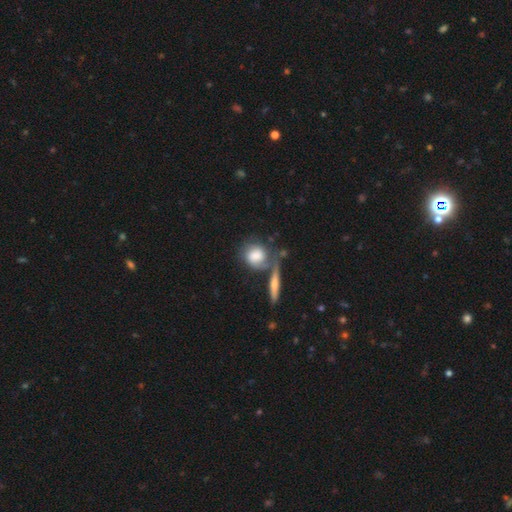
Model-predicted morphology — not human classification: Smooth or featured: smooth — 63% (featured or disk — 30%)
How rounded: round — 66% (in between — 30%)
Merging: none — 47% (merger — 25%)